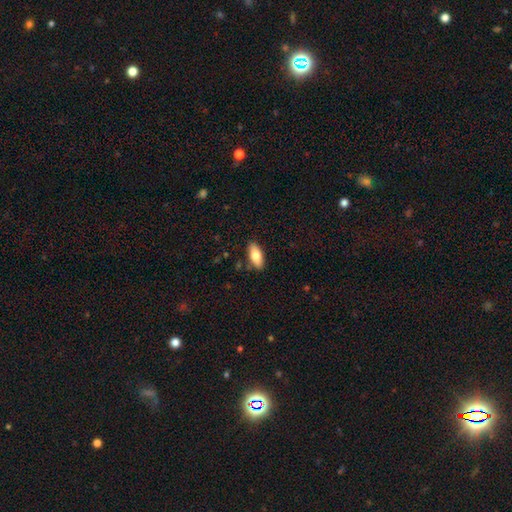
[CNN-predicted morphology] Smooth or featured? Predicted: smooth (p=0.77). How rounded? Predicted: in between (p=0.82). Merging? Predicted: none (p=0.86).